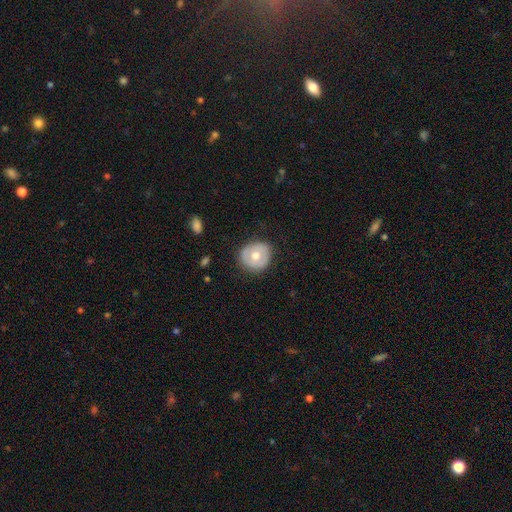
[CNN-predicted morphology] A smooth galaxy with no disk features (56%) that is round (86%).

Vote fractions:
- Smooth or featured? smooth: 56% / featured or disk: 37% / star or artifact: 7%
- How rounded? round: 86% / in between: 13% / cigar-shaped: 1%
- Merging? none: 83% / minor disturbance: 13% / major disturbance: 3% / merger: 1%